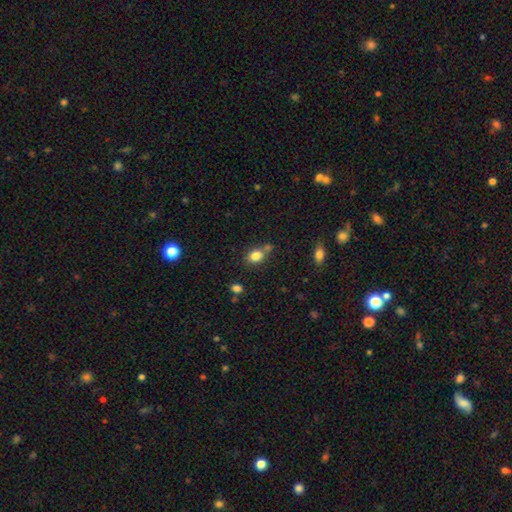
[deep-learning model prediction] A smooth galaxy with no disk features (82%) that is in between round and cigar-shaped (56%). Merging: none (59%).